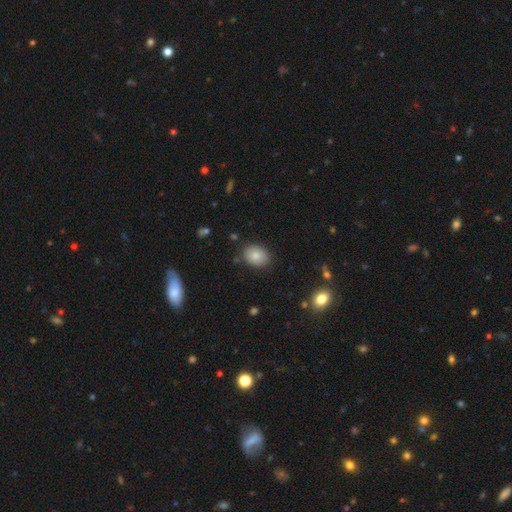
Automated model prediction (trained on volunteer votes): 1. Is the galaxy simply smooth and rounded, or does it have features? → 82% smooth, 9% star or artifact, 9% featured or disk.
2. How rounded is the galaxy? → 62% in between, 37% round, 1% cigar-shaped.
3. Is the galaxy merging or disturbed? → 85% none, 11% minor disturbance, 3% major disturbance, 2% merger.